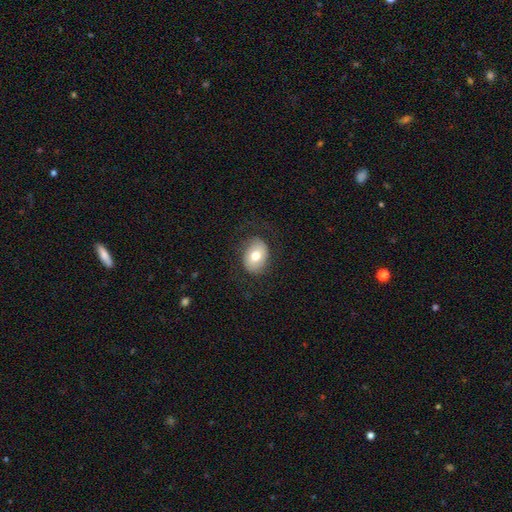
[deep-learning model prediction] Smooth or featured? Predicted: smooth (p=0.67). How rounded? Predicted: in between (p=0.70). Merging? Predicted: none (p=0.75).